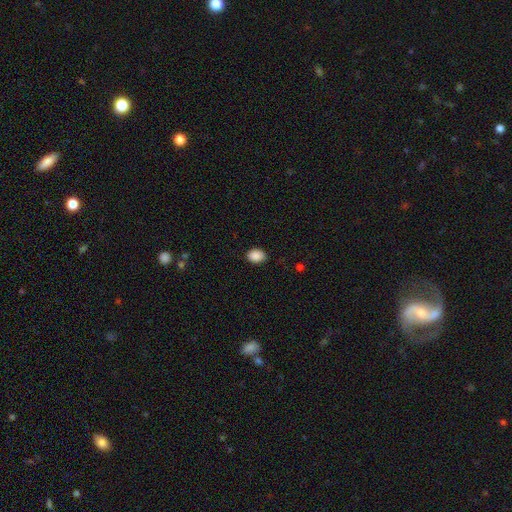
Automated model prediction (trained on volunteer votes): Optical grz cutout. It shows a smooth galaxy with no disk features (89%) that is in between round and cigar-shaped (70%). Merging: none (87%).